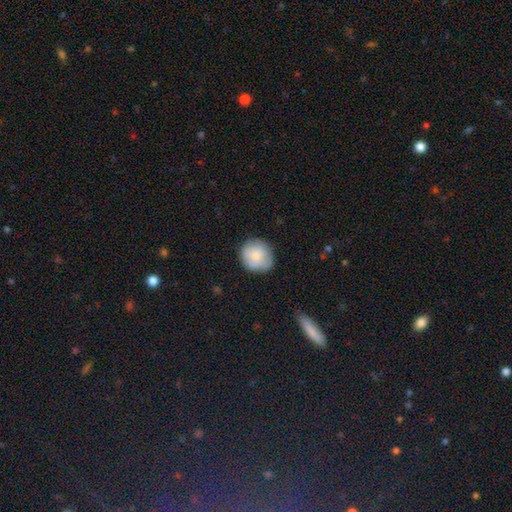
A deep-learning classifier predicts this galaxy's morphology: Smooth or featured? smooth (75%)
How rounded? round (85%)
Merging? none (79%)